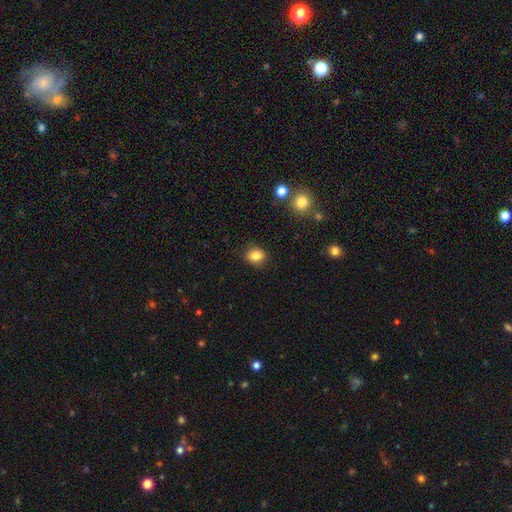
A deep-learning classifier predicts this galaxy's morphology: Q: Smooth or featured?
A: smooth (84%); runner-up: star or artifact (11%)
Q: How rounded?
A: round (61%); runner-up: in between (38%)
Q: Merging?
A: none (88%); runner-up: minor disturbance (8%)